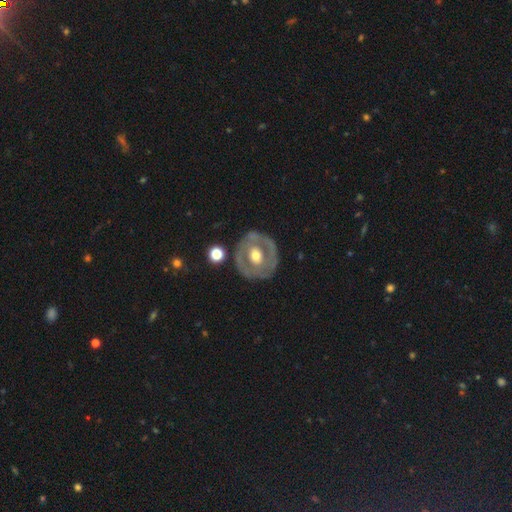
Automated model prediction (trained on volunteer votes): Overall: featured or disk (63%; smooth 32%). Edge-on disk: no (95%). Bar: no (72%). Spiral arms: no (77%). Bulge size: moderate (71%). Merging: none (76%).